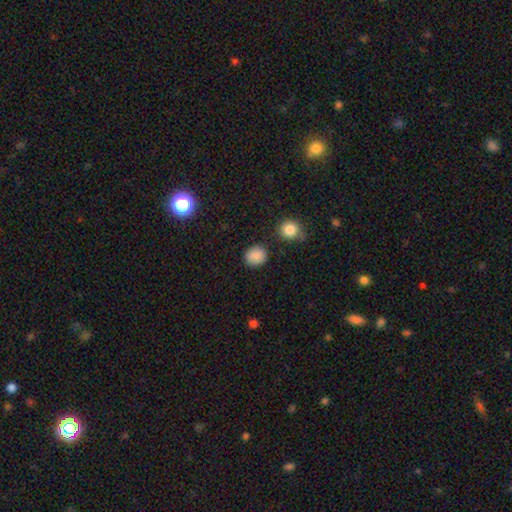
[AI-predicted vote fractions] Smooth or featured? smooth (87%)
How rounded? round (83%)
Merging? none (84%)